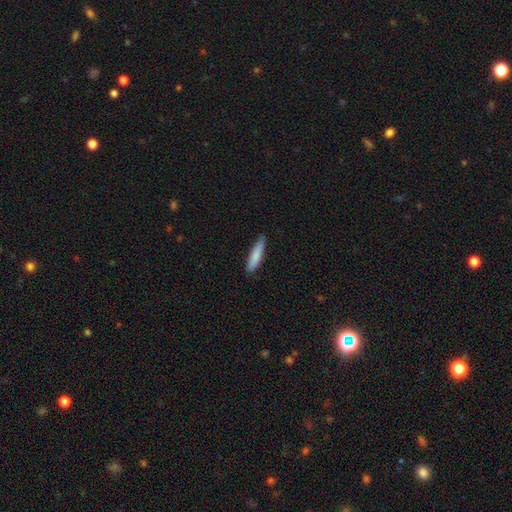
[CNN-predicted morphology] A smooth galaxy with no disk features (83%) that is cigar-shaped (84%).

Vote fractions:
- Smooth or featured? smooth: 83% / featured or disk: 12% / star or artifact: 6%
- How rounded? cigar-shaped: 84% / in between: 15% / round: 1%
- Merging? none: 84% / minor disturbance: 13% / major disturbance: 2% / merger: 1%